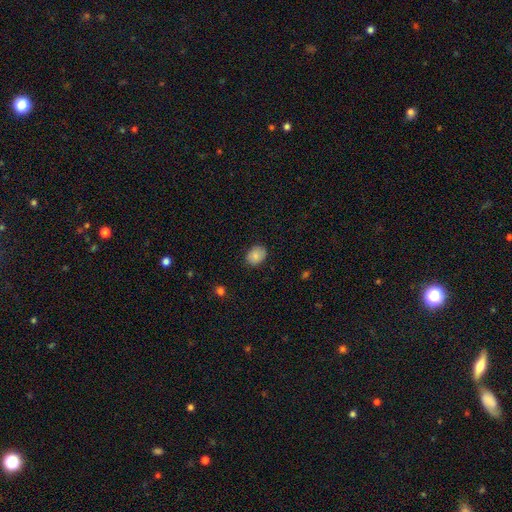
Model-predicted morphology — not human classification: smooth 85%, star or artifact 8%, featured or disk 7%. Down the decision tree: how rounded — in between (64%); merging — none (82%).